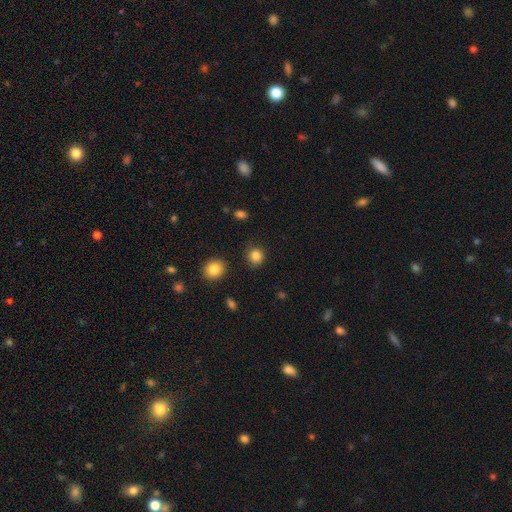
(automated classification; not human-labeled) smooth_or_featured: smooth (p=0.85) [alt: star or artifact p=0.11]
how_rounded: round (p=0.85) [alt: in between p=0.14]
merging: none (p=0.84) [alt: minor disturbance p=0.11]